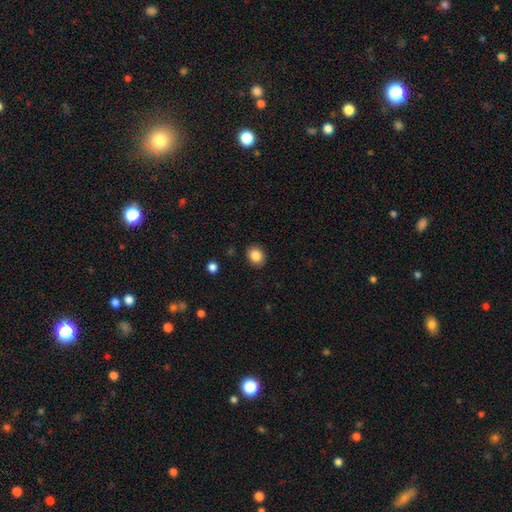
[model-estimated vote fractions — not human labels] Smooth or featured? smooth (85%)
How rounded? round (56%)
Merging? none (89%)